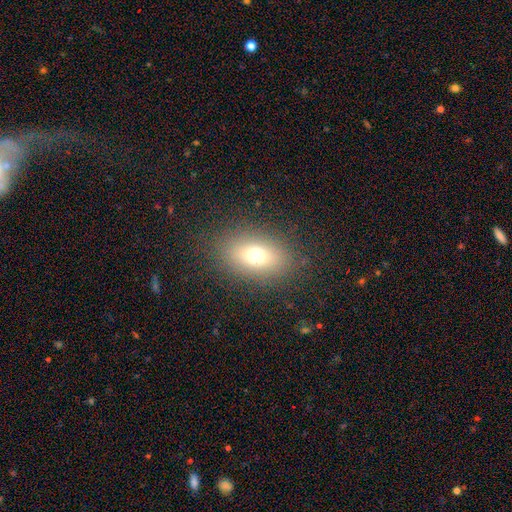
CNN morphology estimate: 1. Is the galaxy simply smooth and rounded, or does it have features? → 70% smooth, 16% featured or disk, 14% star or artifact.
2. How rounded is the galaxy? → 76% in between, 21% round, 2% cigar-shaped.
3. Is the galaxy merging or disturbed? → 84% none, 10% minor disturbance, 5% major disturbance, 1% merger.